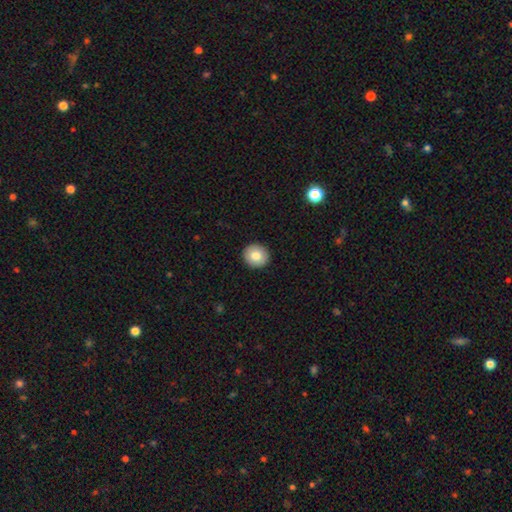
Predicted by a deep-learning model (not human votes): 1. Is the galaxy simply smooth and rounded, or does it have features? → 81% smooth, 11% featured or disk, 8% star or artifact.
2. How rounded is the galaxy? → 91% round, 8% in between, 1% cigar-shaped.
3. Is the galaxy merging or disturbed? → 93% none, 5% minor disturbance, 1% major disturbance, 1% merger.